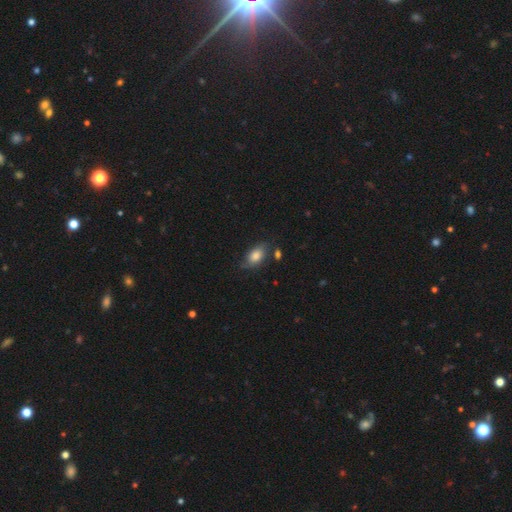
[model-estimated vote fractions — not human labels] Smooth or featured: smooth — 73% (featured or disk — 19%)
How rounded: in between — 89% (round — 8%)
Merging: none — 61% (minor disturbance — 26%)